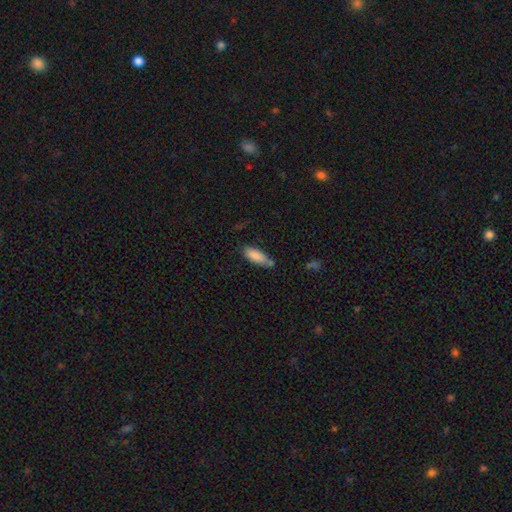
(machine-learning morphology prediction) Overall: smooth (84%). How rounded: in between (69%; cigar-shaped 29%). Merging: none (58%; minor disturbance 23%).